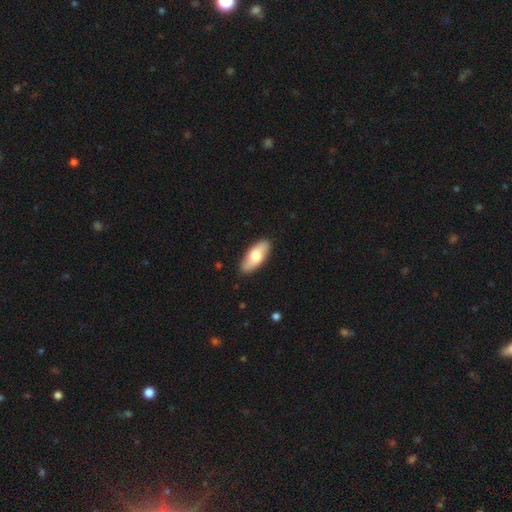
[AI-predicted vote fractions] smooth 71%, featured or disk 24%, star or artifact 5%. Down the decision tree: how rounded — in between (83%); merging — none (88%).